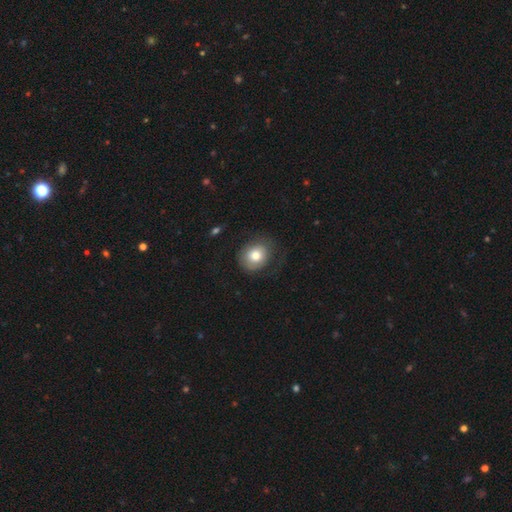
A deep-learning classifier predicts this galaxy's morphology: type=smooth (75%); roundness=round (64%); merging=none (67%).